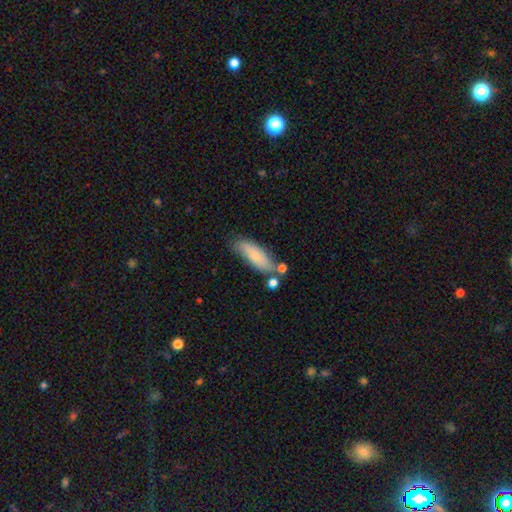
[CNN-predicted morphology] The model was most divided on "how rounded": in between: 57%, cigar-shaped: 41%, round: 2%. More confident: smooth or featured — smooth (73%); merging — none (63%).